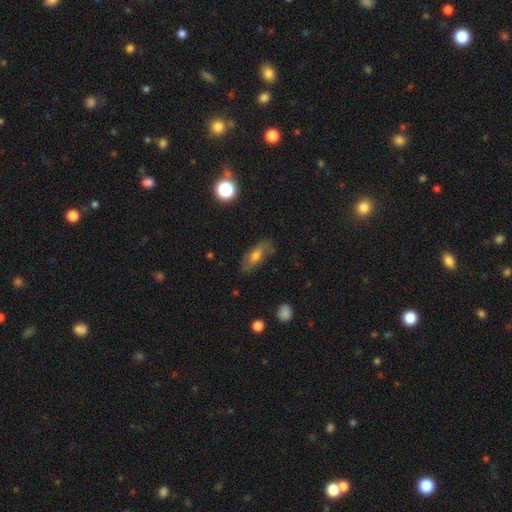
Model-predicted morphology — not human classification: Smooth or featured?
  - smooth: 60% *
  - featured or disk: 31%
  - star or artifact: 9%
How rounded?
  - in between: 69% *
  - cigar-shaped: 26%
  - round: 5%
Merging?
  - none: 76% *
  - minor disturbance: 18%
  - major disturbance: 5%
  - merger: 2%